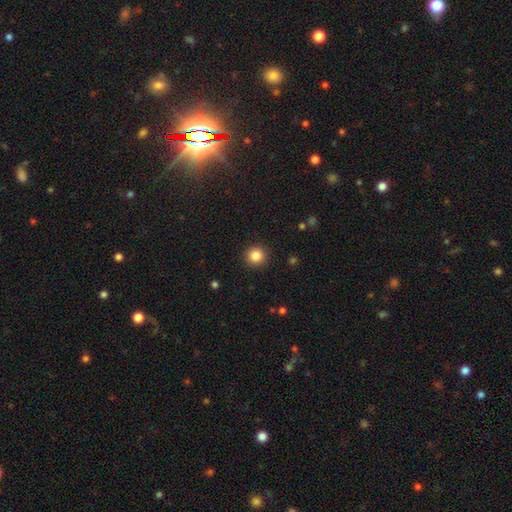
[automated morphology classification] Overall: smooth (85%). How rounded: round (95%). Merging: none (92%).